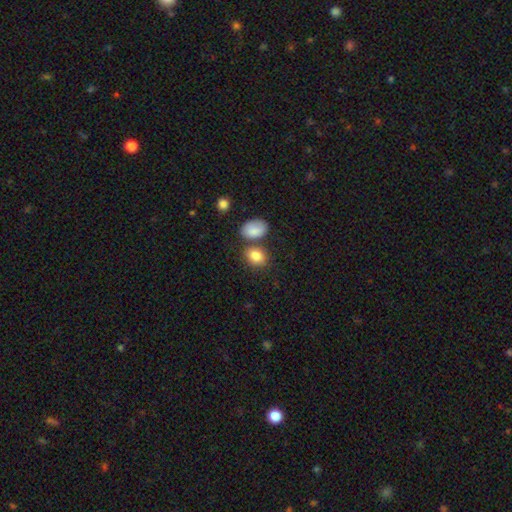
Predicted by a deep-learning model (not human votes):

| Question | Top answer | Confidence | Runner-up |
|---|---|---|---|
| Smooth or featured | smooth | 85% | star or artifact (9%) |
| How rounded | in between | 64% | round (35%) |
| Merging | none | 60% | merger (23%) |